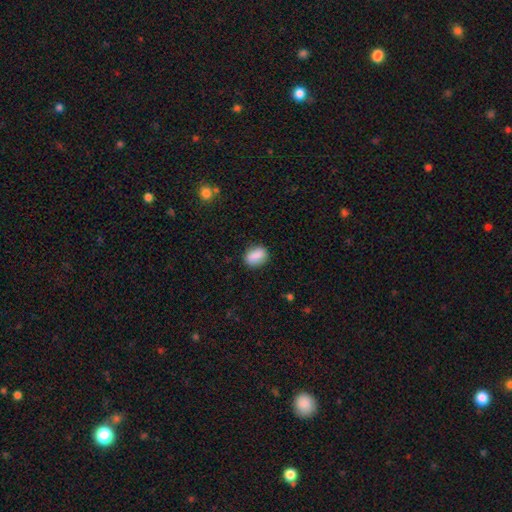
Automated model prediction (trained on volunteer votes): Smooth or featured? Predicted: smooth (p=0.85). How rounded? Predicted: in between (p=0.74). Merging? Predicted: none (p=0.84).